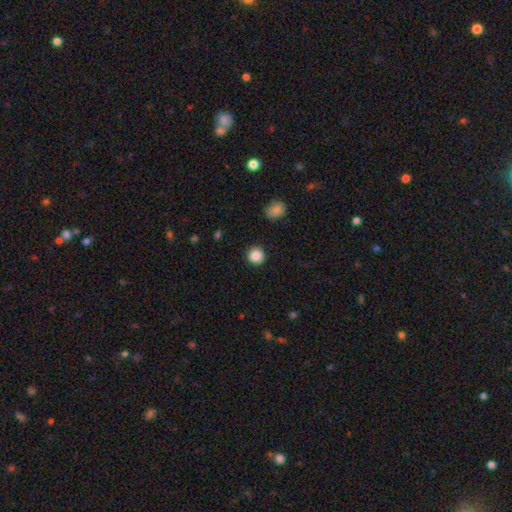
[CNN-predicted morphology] Smooth or featured? smooth (87%)
How rounded? round (94%)
Merging? none (91%)